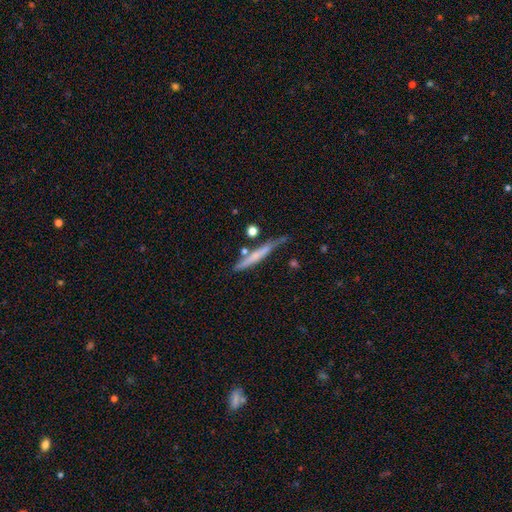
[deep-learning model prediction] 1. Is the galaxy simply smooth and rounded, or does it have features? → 53% smooth, 40% featured or disk, 6% star or artifact.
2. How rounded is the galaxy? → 94% cigar-shaped, 4% in between, 2% round.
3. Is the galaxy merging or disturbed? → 67% none, 20% minor disturbance, 8% merger, 5% major disturbance.